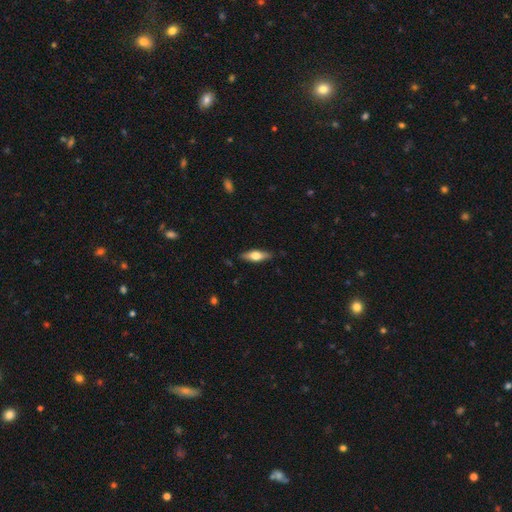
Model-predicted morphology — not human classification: smooth-or-featured: smooth: 50% | featured or disk: 44% | star or artifact: 6%
  how-rounded: in between: 57% | cigar-shaped: 40% | round: 3%
  merging: none: 85% | minor disturbance: 12% | major disturbance: 2% | merger: 1%